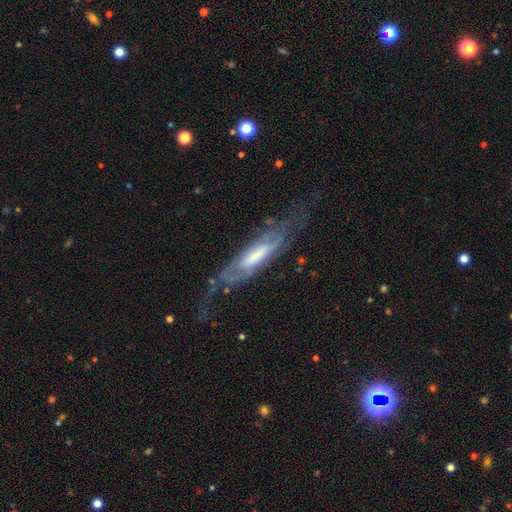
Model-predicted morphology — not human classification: Q: Smooth or featured?
A: featured or disk (73%); runner-up: smooth (21%)
Q: Edge-on disk?
A: no (69%); runner-up: yes (31%)
Q: Bar?
A: no (42%); runner-up: weak (36%)
Q: Spiral arms?
A: yes (83%); runner-up: no (17%)
Q: Bulge size?
A: moderate (34%); runner-up: large (28%)
Q: Merging?
A: none (55%); runner-up: major disturbance (22%)